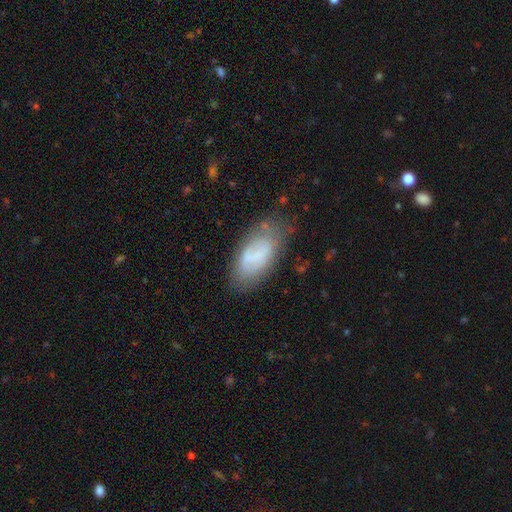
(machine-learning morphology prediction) Overall: smooth (49%; featured or disk 42%). Merging: none (63%).